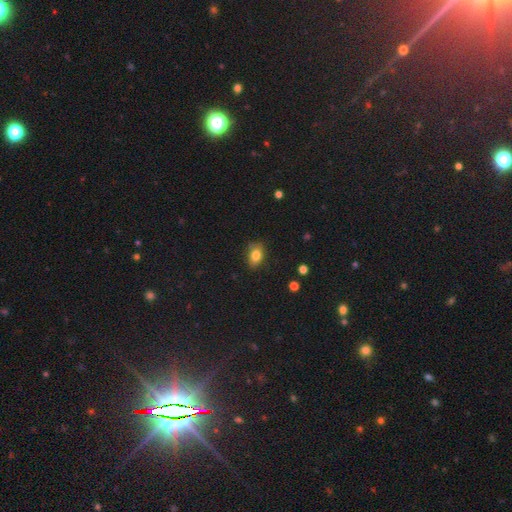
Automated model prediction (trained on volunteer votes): Smooth or featured: smooth — 82% (star or artifact — 10%)
How rounded: in between — 75% (round — 23%)
Merging: none — 78% (minor disturbance — 17%)